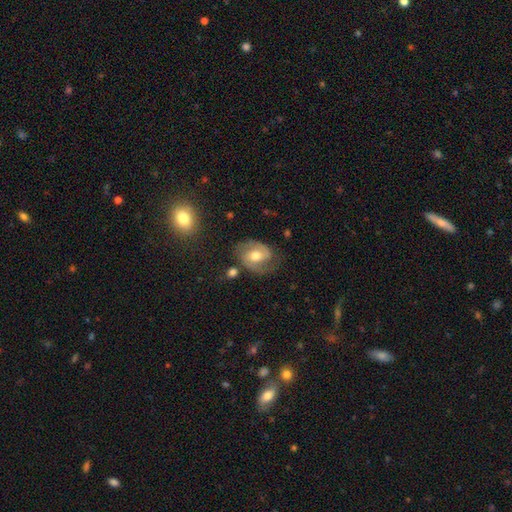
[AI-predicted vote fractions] A featured or disk galaxy (70%) with no bar (47%), 2 (85%) medium (50%) spiral arms (88%) and a moderate central bulge (75%).

Vote fractions:
- Smooth or featured? featured or disk: 70% / smooth: 23% / star or artifact: 7%
- Edge-on disk? no: 97% / yes: 3%
- Bar? no: 47% / weak: 40% / strong: 13%
- Spiral arms? yes: 88% / no: 12%
- Spiral winding? medium: 50% / tight: 31% / loose: 20%
- Spiral arm count? 2: 85% / can't tell: 7% / 1: 4% / 3: 1% / 4: 1% / more than 4: 1%
- Bulge size? moderate: 75% / small: 15% / large: 8% / none: 1% / dominant: 1%
- Merging? none: 69% / minor disturbance: 19% / major disturbance: 9% / merger: 3%